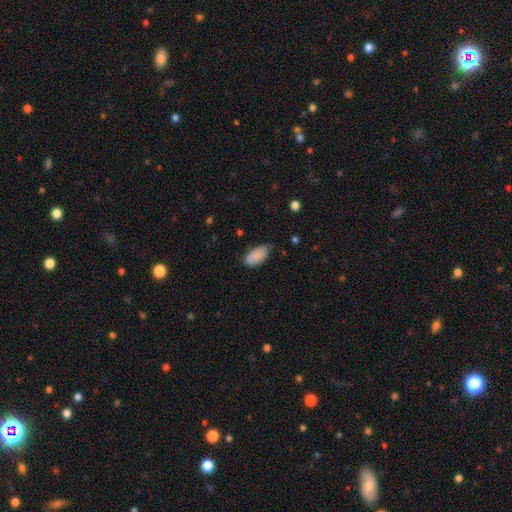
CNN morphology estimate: Q: Smooth or featured?
A: smooth (87%); runner-up: star or artifact (7%)
Q: How rounded?
A: in between (94%); runner-up: cigar-shaped (3%)
Q: Merging?
A: none (71%); runner-up: minor disturbance (24%)